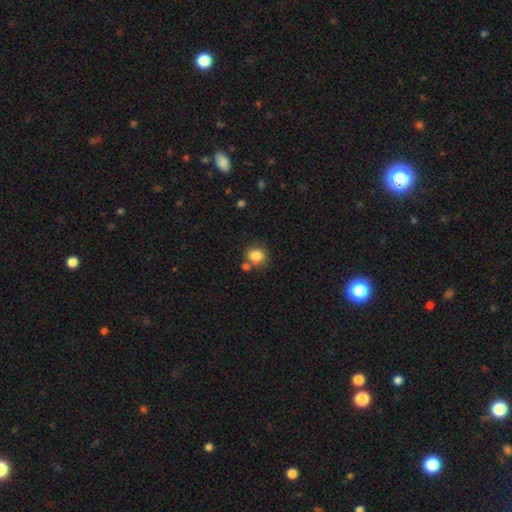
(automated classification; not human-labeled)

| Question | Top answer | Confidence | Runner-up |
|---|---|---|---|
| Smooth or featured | smooth | 84% | star or artifact (10%) |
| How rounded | round | 70% | in between (29%) |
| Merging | none | 62% | merger (19%) |